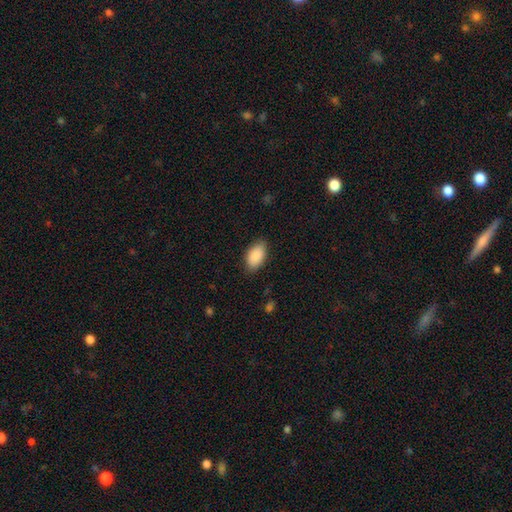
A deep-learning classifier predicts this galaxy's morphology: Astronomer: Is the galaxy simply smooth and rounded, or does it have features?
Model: smooth — 90%.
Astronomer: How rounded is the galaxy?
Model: in between — 95%.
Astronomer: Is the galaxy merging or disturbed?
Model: none — 84%.